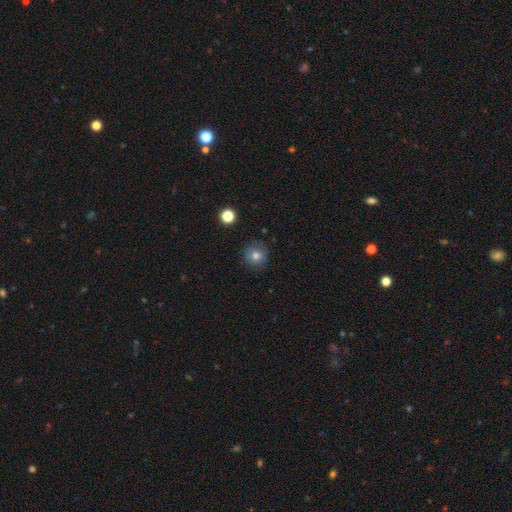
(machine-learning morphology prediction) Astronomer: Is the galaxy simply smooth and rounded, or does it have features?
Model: smooth — 80%.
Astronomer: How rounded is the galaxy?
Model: round — 93%.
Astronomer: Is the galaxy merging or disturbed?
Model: none — 87%.